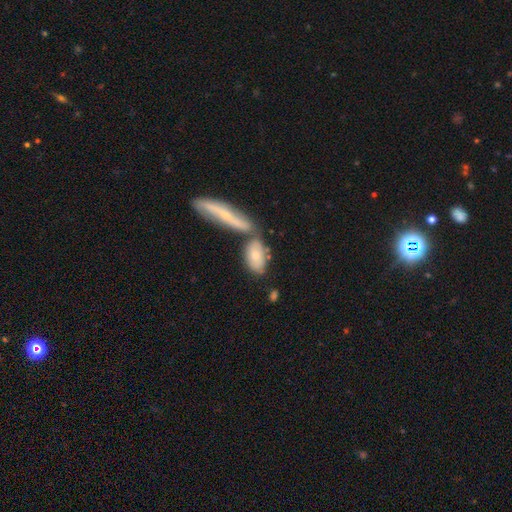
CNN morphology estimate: Overall: smooth (68%). How rounded: in between (85%). Merging: none (46%; merger 36%).